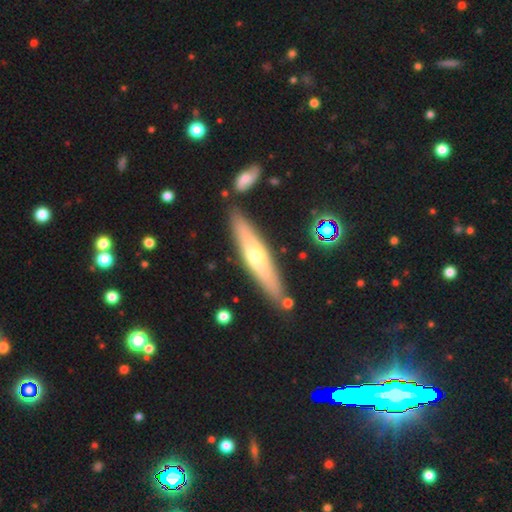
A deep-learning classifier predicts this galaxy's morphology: Smooth or featured? Predicted: featured or disk (p=0.51). Edge-on disk? Predicted: yes (p=0.83). Merging? Predicted: none (p=0.84).